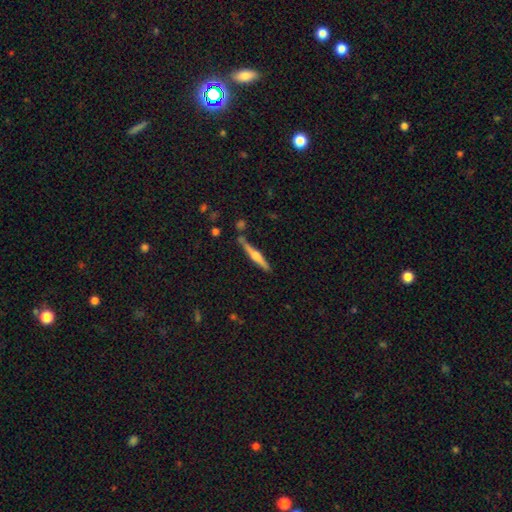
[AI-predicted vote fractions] Smooth or featured: featured or disk — 64% (smooth — 30%)
Edge-on disk: yes — 97% (no — 3%)
Edge-on bulge: rounded — 85% (boxy — 9%)
Merging: none — 81% (minor disturbance — 11%)